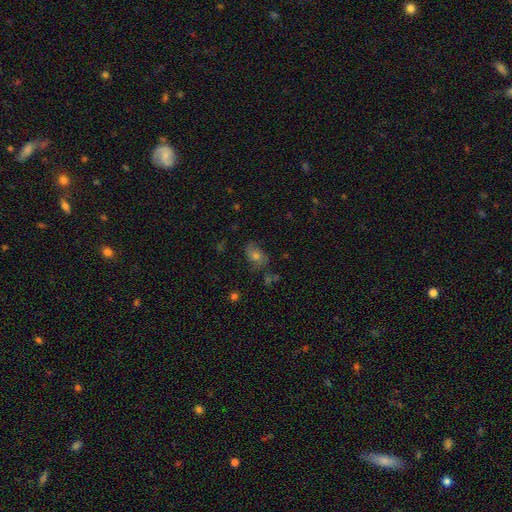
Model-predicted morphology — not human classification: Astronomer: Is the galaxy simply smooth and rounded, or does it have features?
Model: smooth — 46% (runner-up: featured or disk, 34%).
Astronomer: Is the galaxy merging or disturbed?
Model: none — 67%.